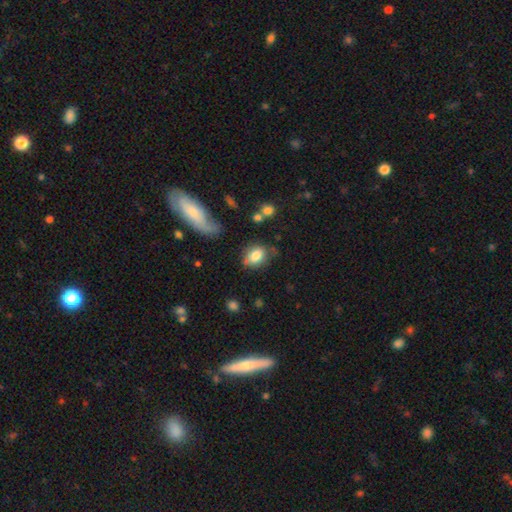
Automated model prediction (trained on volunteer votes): smooth_or_featured: smooth (p=0.79) [alt: featured or disk p=0.13]
how_rounded: in between (p=0.69) [alt: round p=0.30]
merging: none (p=0.61) [alt: minor disturbance p=0.24]